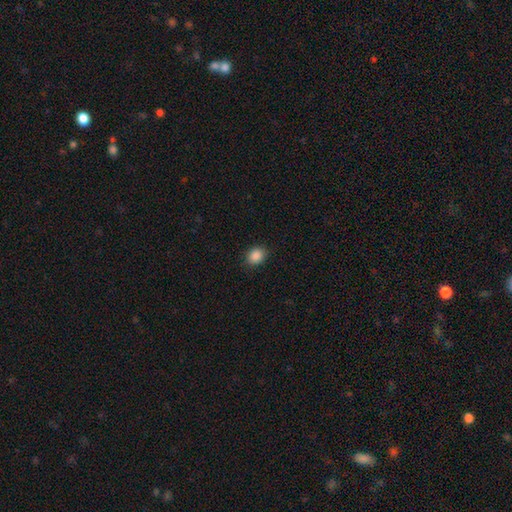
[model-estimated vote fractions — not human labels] Smooth or featured? Predicted: smooth (p=0.88). How rounded? Predicted: round (p=0.52). Merging? Predicted: none (p=0.88).